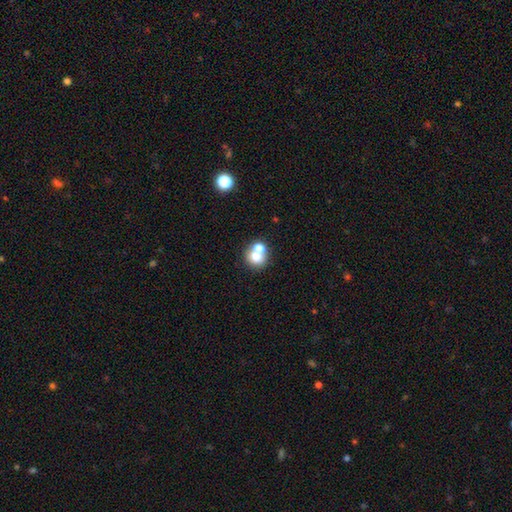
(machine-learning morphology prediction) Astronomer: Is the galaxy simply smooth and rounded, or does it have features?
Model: smooth — 71%.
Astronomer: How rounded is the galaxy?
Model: round — 78%.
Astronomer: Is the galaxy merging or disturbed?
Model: merger — 49% (runner-up: none, 41%).